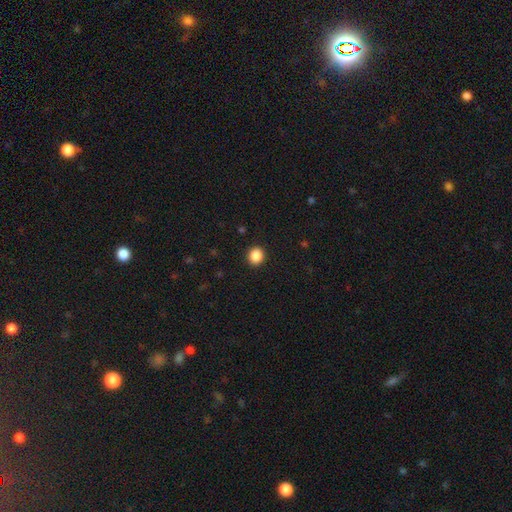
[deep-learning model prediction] Overall: smooth (87%). How rounded: round (87%). Merging: none (92%).